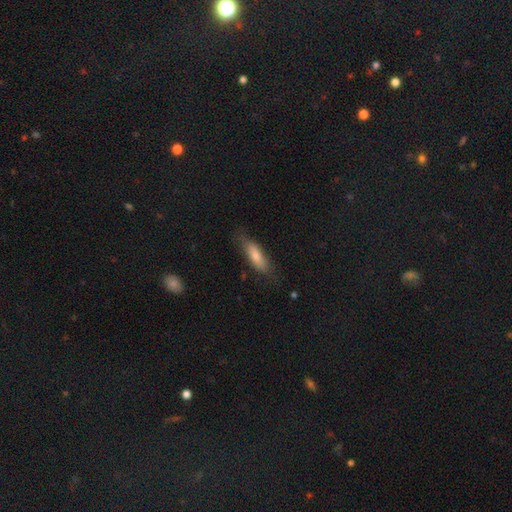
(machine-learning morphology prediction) Smooth or featured?
  - smooth: 74% *
  - featured or disk: 20%
  - star or artifact: 6%
How rounded?
  - in between: 51% *
  - cigar-shaped: 47%
  - round: 2%
Merging?
  - none: 71% *
  - minor disturbance: 22%
  - major disturbance: 6%
  - merger: 2%